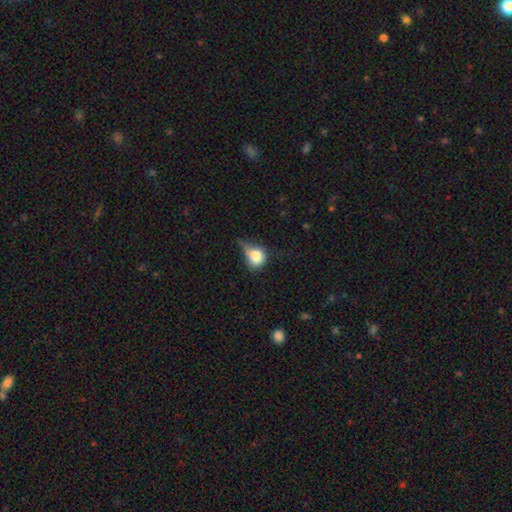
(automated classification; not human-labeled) A smooth galaxy with no disk features (75%) that is round (55%).

Vote fractions:
- Smooth or featured? smooth: 75% / featured or disk: 15% / star or artifact: 10%
- How rounded? round: 55% / in between: 42% / cigar-shaped: 2%
- Merging? minor disturbance: 41% / major disturbance: 28% / none: 26% / merger: 5%